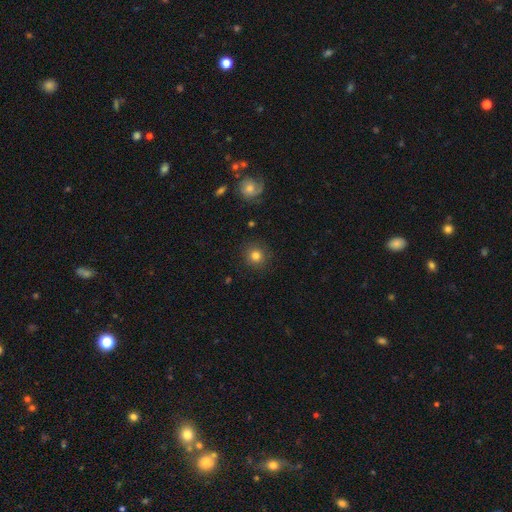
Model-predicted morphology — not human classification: type=smooth (80%); roundness=round (92%); merging=none (89%).